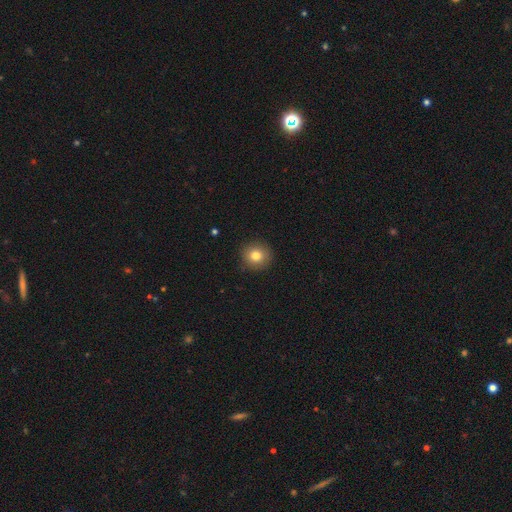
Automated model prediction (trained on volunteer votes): The model was most divided on "smooth or featured": smooth: 80%, star or artifact: 11%, featured or disk: 9%. More confident: how rounded — round (92%); merging — none (91%).